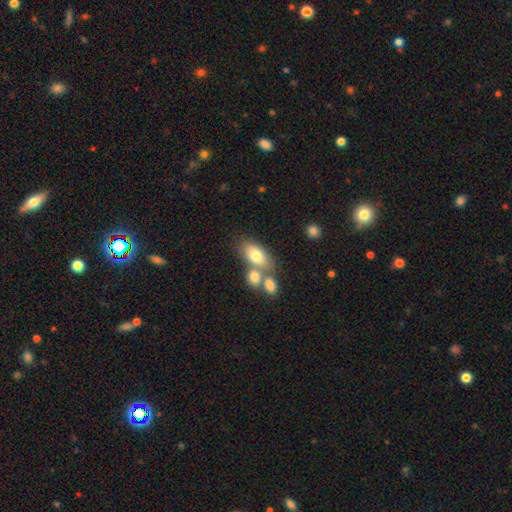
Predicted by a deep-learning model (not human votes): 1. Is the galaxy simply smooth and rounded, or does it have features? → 75% smooth, 17% featured or disk, 8% star or artifact.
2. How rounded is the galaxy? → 87% in between, 8% round, 4% cigar-shaped.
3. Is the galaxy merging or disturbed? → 43% merger, 42% none, 11% minor disturbance, 5% major disturbance.